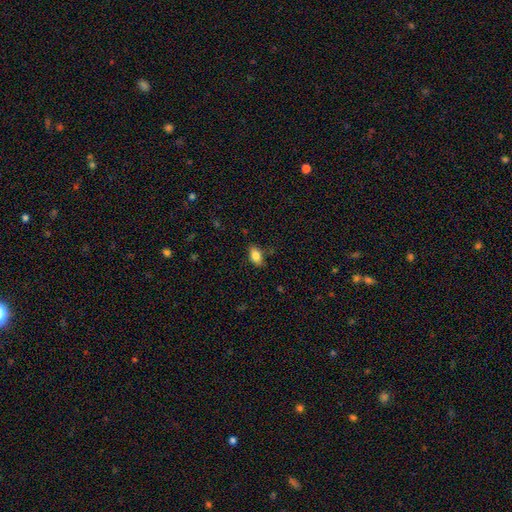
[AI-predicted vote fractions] Overall: smooth (83%). How rounded: in between (89%). Merging: none (81%).